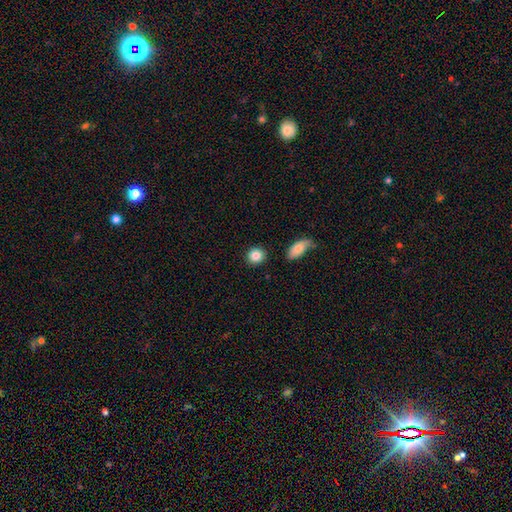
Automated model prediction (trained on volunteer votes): Morphology: type=smooth (86%); roundness=round (83%); merging=none (88%).